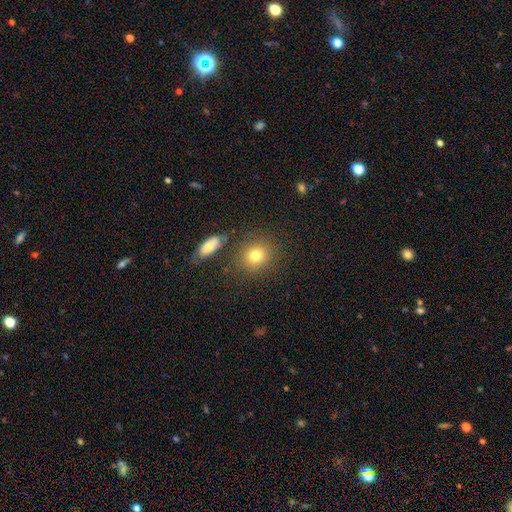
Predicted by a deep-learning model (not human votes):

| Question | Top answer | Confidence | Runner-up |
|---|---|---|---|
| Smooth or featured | smooth | 78% | star or artifact (12%) |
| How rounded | round | 76% | in between (22%) |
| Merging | none | 81% | minor disturbance (9%) |